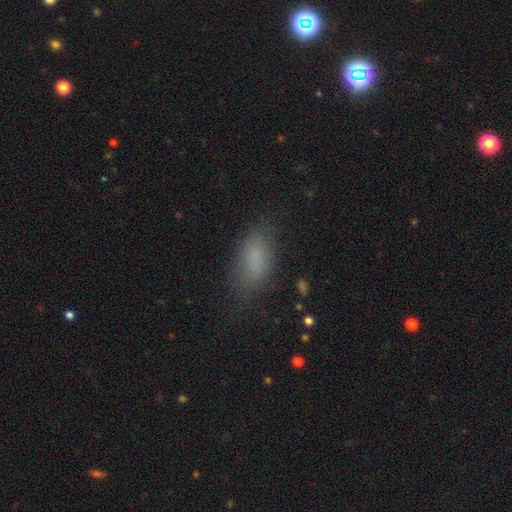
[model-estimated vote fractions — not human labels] A smooth galaxy with no disk features (80%) that is in between round and cigar-shaped (87%). Merging: none (69%).